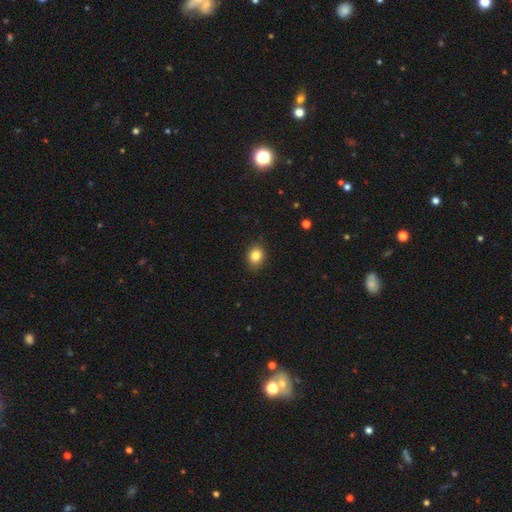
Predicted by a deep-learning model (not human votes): A smooth galaxy with no disk features (83%) that is round (54%).

Vote fractions:
- Smooth or featured? smooth: 83% / star or artifact: 10% / featured or disk: 6%
- How rounded? round: 54% / in between: 45% / cigar-shaped: 1%
- Merging? none: 88% / minor disturbance: 9% / major disturbance: 2% / merger: 1%